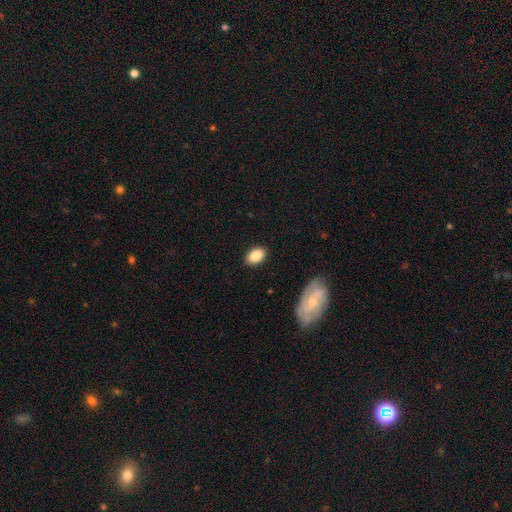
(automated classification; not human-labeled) Q: Smooth or featured?
A: smooth (87%); runner-up: star or artifact (7%)
Q: How rounded?
A: in between (89%); runner-up: round (10%)
Q: Merging?
A: none (86%); runner-up: minor disturbance (11%)